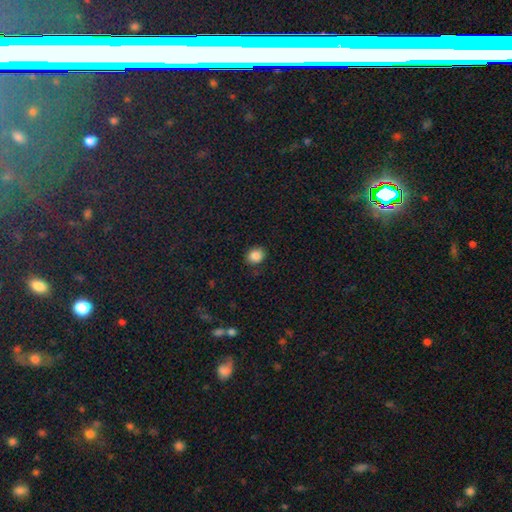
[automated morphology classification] Smooth or featured: smooth — 86% (star or artifact — 10%)
How rounded: round — 61% (in between — 38%)
Merging: none — 88% (minor disturbance — 9%)